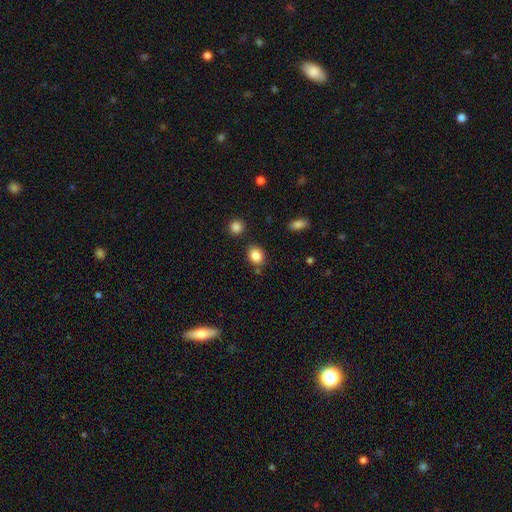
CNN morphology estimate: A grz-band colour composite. It shows a smooth galaxy with no disk features (86%) that is round (55%). Merging: none (80%).